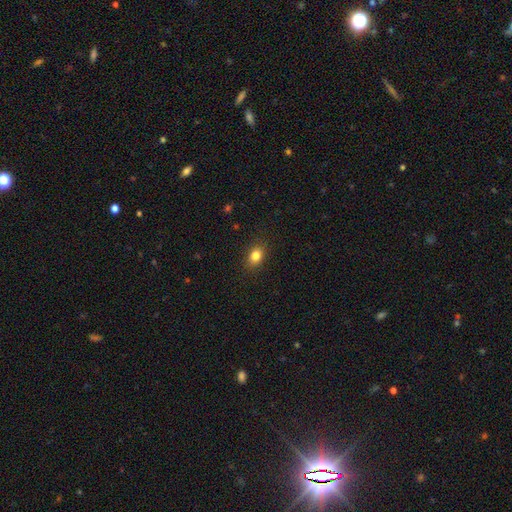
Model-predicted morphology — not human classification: Overall: smooth (83%). How rounded: in between (68%; round 30%). Merging: none (87%).